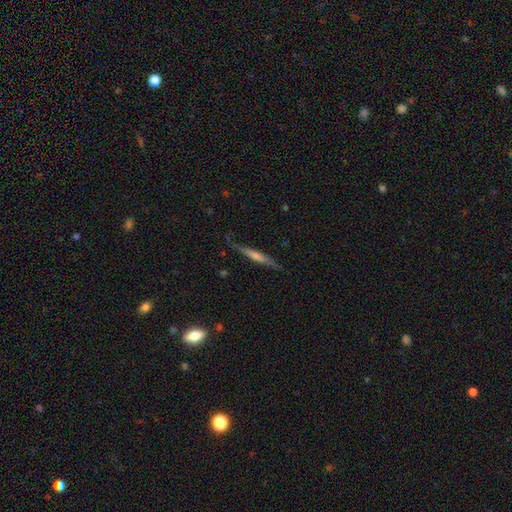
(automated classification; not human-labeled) Smooth or featured? featured or disk (61%)
Edge-on disk? yes (96%)
Edge-on bulge? rounded (44%)
Merging? none (83%)